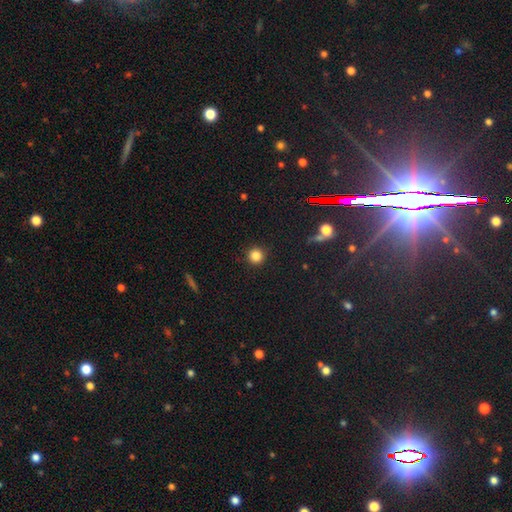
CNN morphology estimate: smooth-or-featured: smooth: 84% | star or artifact: 12% | featured or disk: 4%
  how-rounded: round: 95% | in between: 4% | cigar-shaped: 1%
  merging: none: 92% | minor disturbance: 5% | major disturbance: 2% | merger: 1%